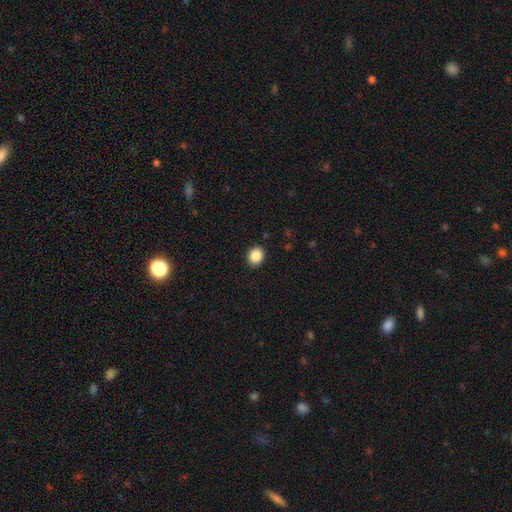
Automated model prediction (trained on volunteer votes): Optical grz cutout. It shows a smooth galaxy with no disk features (87%) that is round (67%). Merging: none (91%).